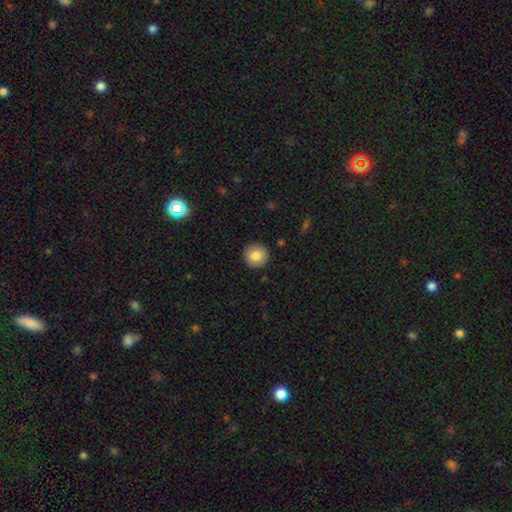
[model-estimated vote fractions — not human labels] Smooth or featured? Predicted: smooth (p=0.84). How rounded? Predicted: round (p=0.94). Merging? Predicted: none (p=0.92).